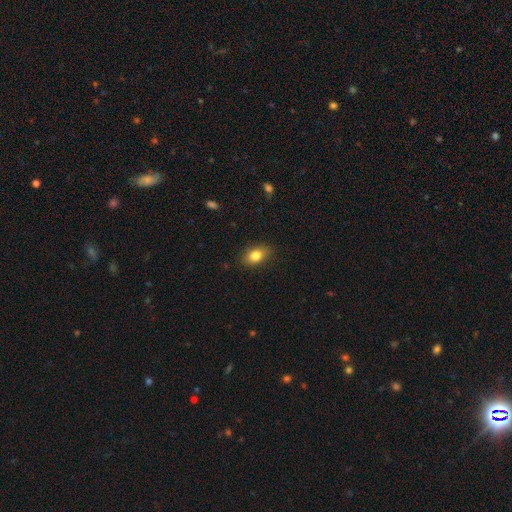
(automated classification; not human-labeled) smooth_or_featured: smooth (p=0.82) [alt: featured or disk p=0.09]
how_rounded: in between (p=0.81) [alt: round p=0.17]
merging: none (p=0.85) [alt: minor disturbance p=0.11]